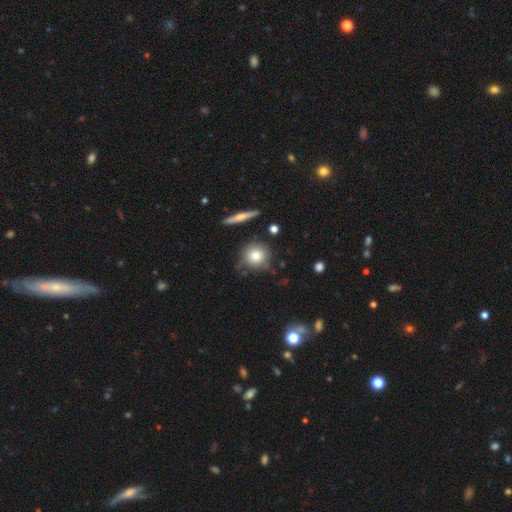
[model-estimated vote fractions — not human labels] This is likely a smooth galaxy (77%). How rounded: clearly round (90%). Merging: likely none (74%).